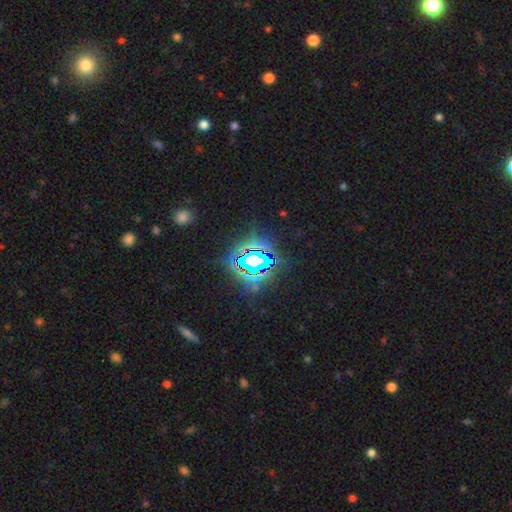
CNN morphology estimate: Smooth or featured: star or artifact — 77% (featured or disk — 12%)